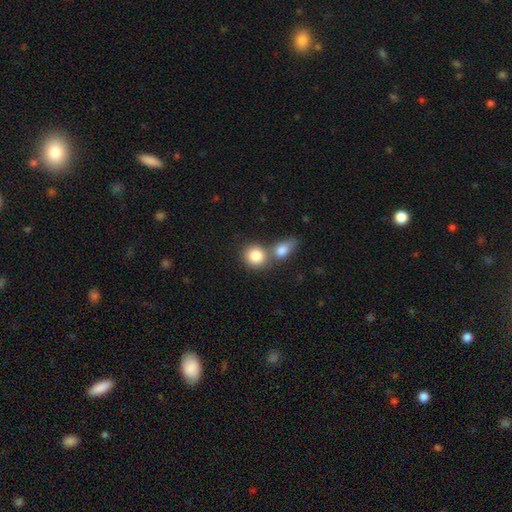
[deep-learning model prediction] This appears to be a smooth galaxy with no disk features (83%) that is round (79%). Merging: merger (46%).